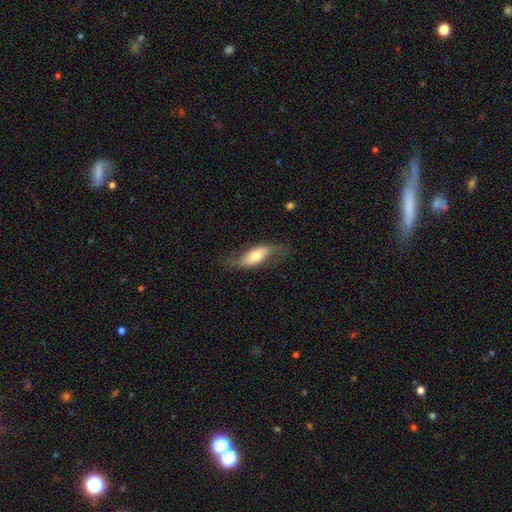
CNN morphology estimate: Smooth or featured? smooth (48%)
Merging? none (63%)